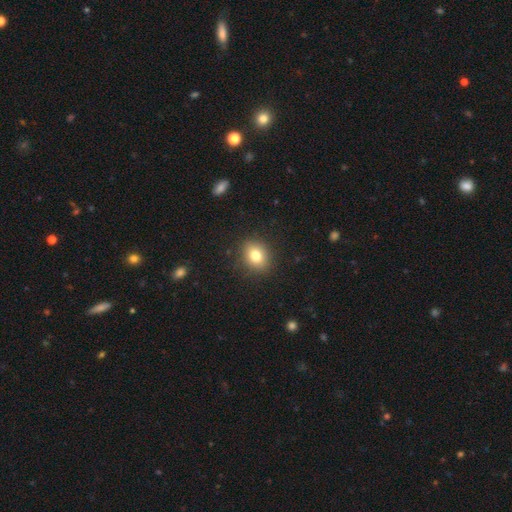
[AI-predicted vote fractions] This appears to be a smooth galaxy with no disk features (79%) that is round (61%). Merging: none (89%).